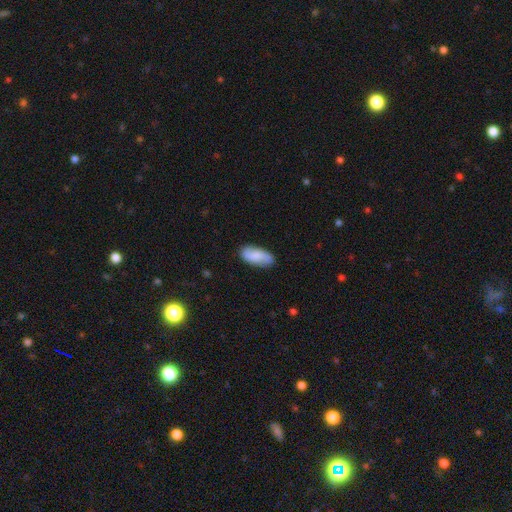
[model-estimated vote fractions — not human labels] smooth_or_featured: smooth (p=0.66) [alt: featured or disk p=0.28]
how_rounded: in between (p=0.88) [alt: cigar-shaped p=0.09]
merging: none (p=0.83) [alt: minor disturbance p=0.13]